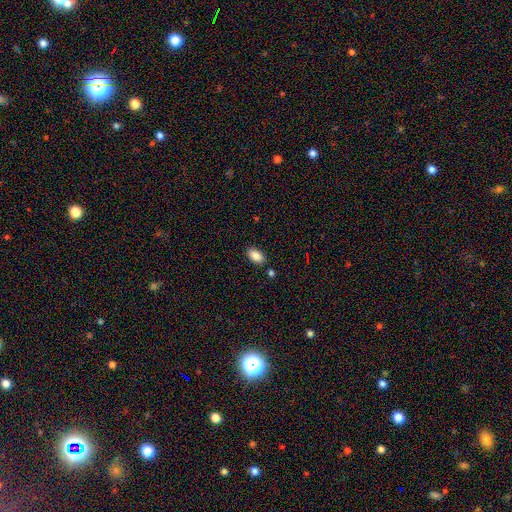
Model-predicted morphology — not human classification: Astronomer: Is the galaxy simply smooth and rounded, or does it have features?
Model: smooth — 86%.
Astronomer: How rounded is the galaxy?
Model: in between — 92%.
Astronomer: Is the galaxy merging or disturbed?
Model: none — 84%.